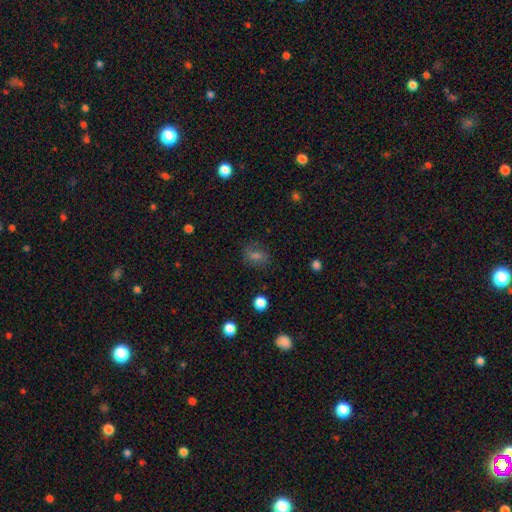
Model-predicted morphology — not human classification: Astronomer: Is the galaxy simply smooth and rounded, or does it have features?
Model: smooth — 56%.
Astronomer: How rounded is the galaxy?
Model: in between — 52% (runner-up: round, 46%).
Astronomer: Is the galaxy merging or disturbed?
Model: none — 73%.